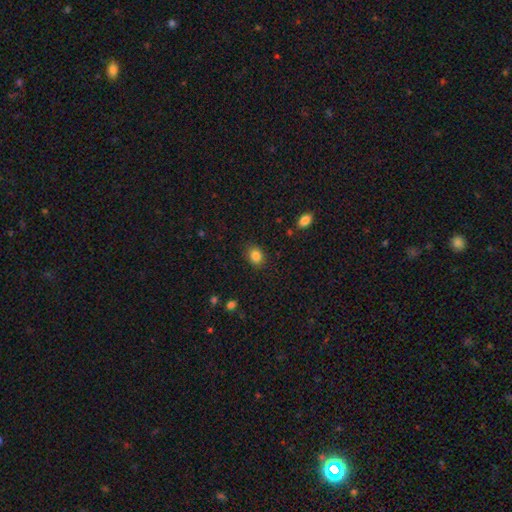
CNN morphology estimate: Smooth or featured? Predicted: smooth (p=0.85). How rounded? Predicted: in between (p=0.55). Merging? Predicted: none (p=0.86).